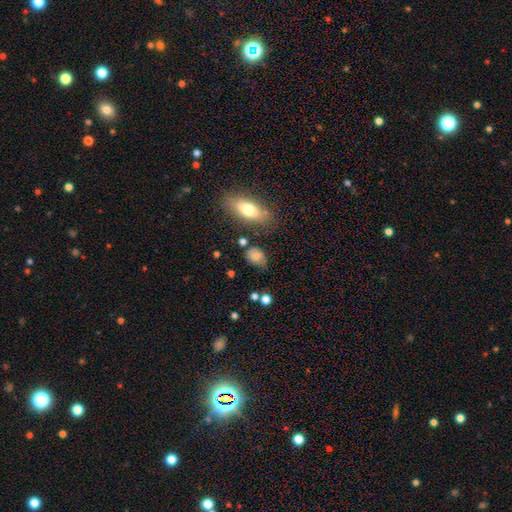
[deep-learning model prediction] Smooth or featured?
  - smooth: 68% *
  - featured or disk: 20%
  - star or artifact: 12%
How rounded?
  - in between: 73% *
  - round: 25%
  - cigar-shaped: 2%
Merging?
  - none: 59% *
  - minor disturbance: 26%
  - major disturbance: 10%
  - merger: 5%